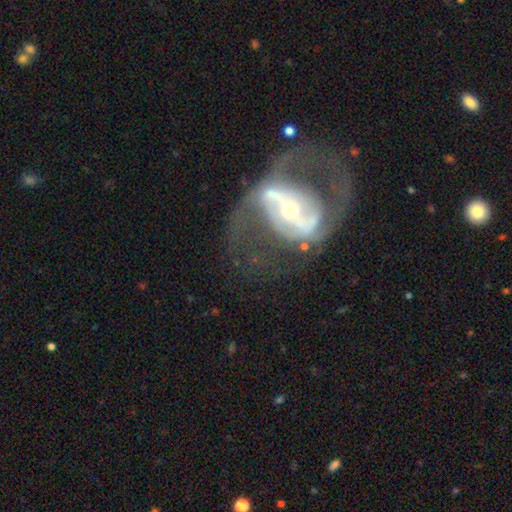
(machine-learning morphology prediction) The model was most divided on "bar": strong: 38%, weak: 31%, no: 31%. Remaining: edge-on disk — no (96%); smooth or featured — featured or disk (84%); spiral arm count — 2 (81%); spiral arms — yes (81%); bulge size — small (53%); spiral winding — medium (45%); merging — none (44%).